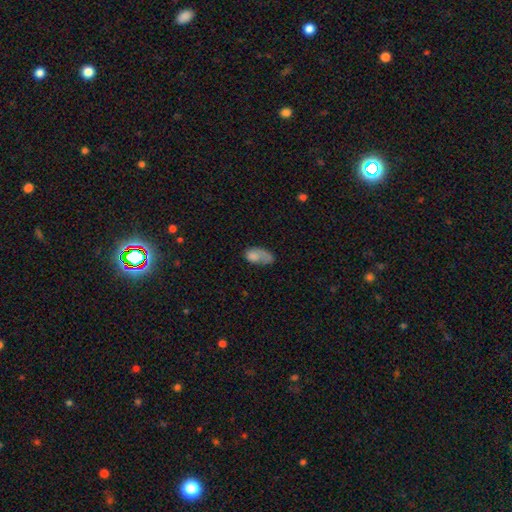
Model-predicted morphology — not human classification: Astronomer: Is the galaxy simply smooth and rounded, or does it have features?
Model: smooth — 71%.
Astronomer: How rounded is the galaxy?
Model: in between — 92%.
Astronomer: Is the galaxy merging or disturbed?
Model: none — 33% (runner-up: major disturbance, 32%).